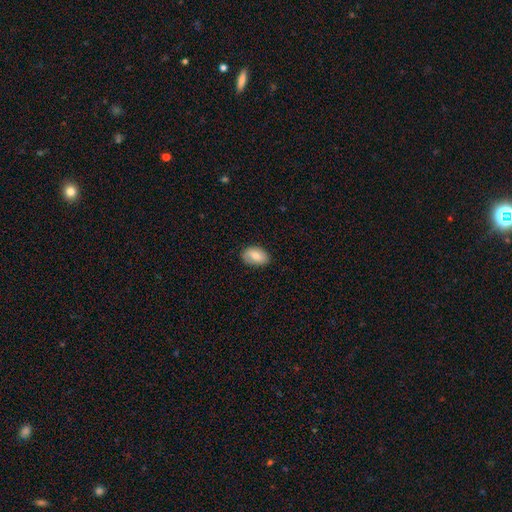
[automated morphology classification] smooth_or_featured: smooth (p=0.76) [alt: featured or disk p=0.17]
how_rounded: in between (p=0.90) [alt: round p=0.09]
merging: none (p=0.81) [alt: minor disturbance p=0.15]